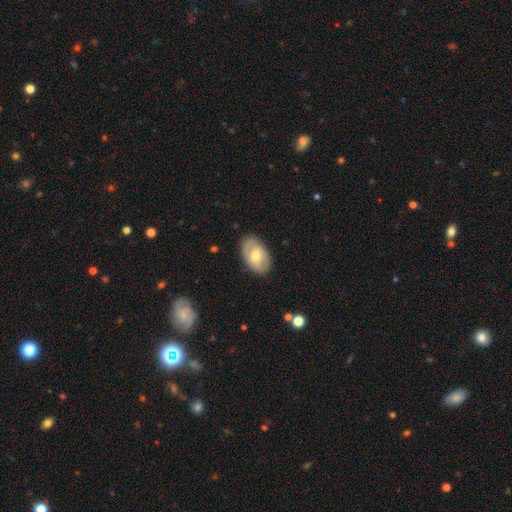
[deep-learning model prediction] smooth-or-featured: smooth: 54% | featured or disk: 40% | star or artifact: 6%
  how-rounded: in between: 90% | round: 9% | cigar-shaped: 1%
  merging: none: 83% | minor disturbance: 12% | major disturbance: 3% | merger: 1%